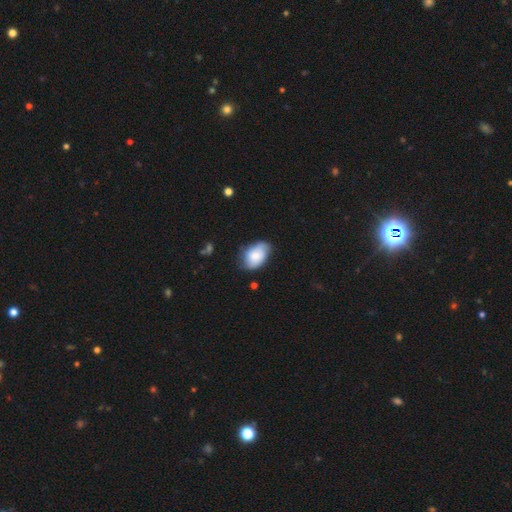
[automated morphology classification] Smooth or featured? smooth (72%)
How rounded? in between (86%)
Merging? none (61%)